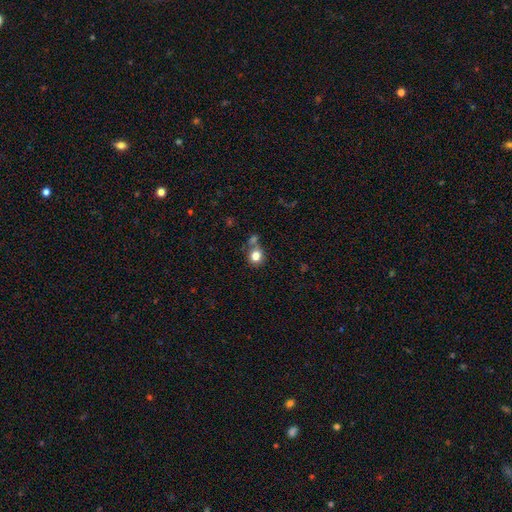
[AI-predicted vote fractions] Overall: smooth (81%). How rounded: round (80%). Merging: none (58%; merger 23%).